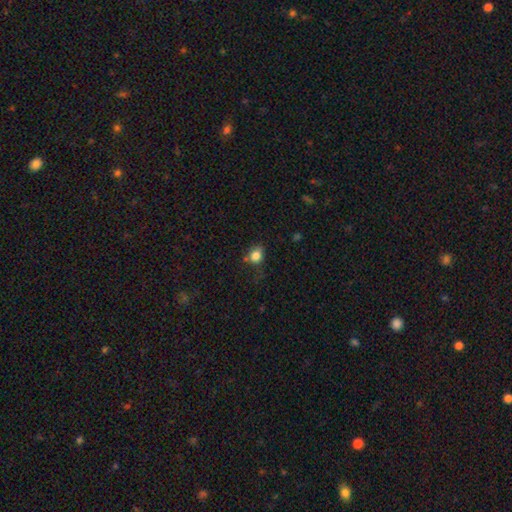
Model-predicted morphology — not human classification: Smooth or featured: smooth — 82% (star or artifact — 11%)
How rounded: round — 60% (in between — 39%)
Merging: none — 57% (minor disturbance — 27%)